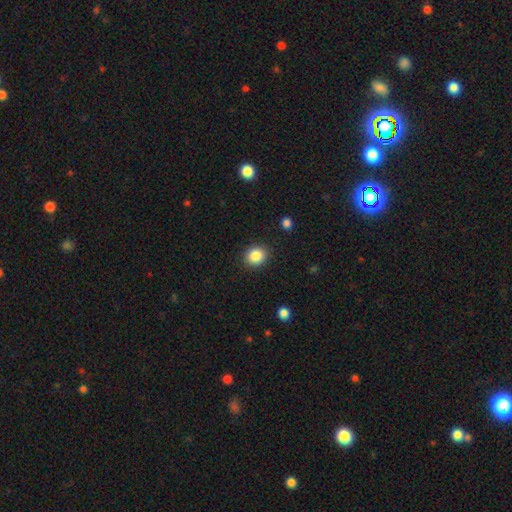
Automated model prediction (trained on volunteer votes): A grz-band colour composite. It shows a smooth galaxy with no disk features (86%) that is round (79%). Merging: none (90%).